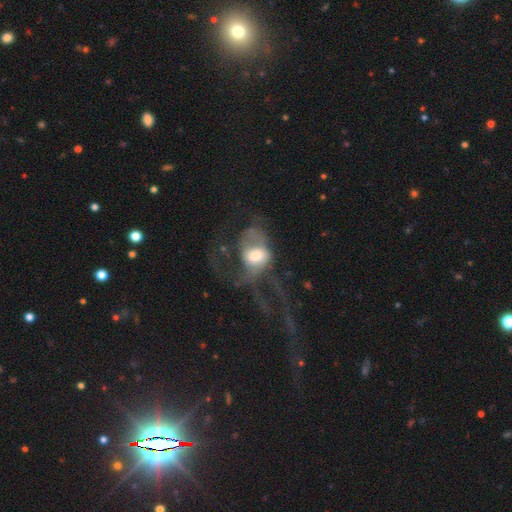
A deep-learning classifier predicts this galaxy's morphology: Smooth or featured? Predicted: featured or disk (p=0.48). Merging? Predicted: major disturbance (p=0.64).